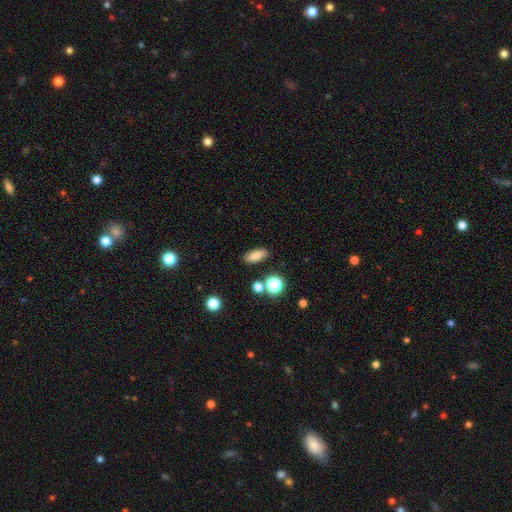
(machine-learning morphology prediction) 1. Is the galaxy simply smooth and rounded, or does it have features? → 75% smooth, 13% featured or disk, 12% star or artifact.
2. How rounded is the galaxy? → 74% in between, 18% cigar-shaped, 8% round.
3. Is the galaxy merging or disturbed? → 86% none, 8% minor disturbance, 4% merger, 2% major disturbance.